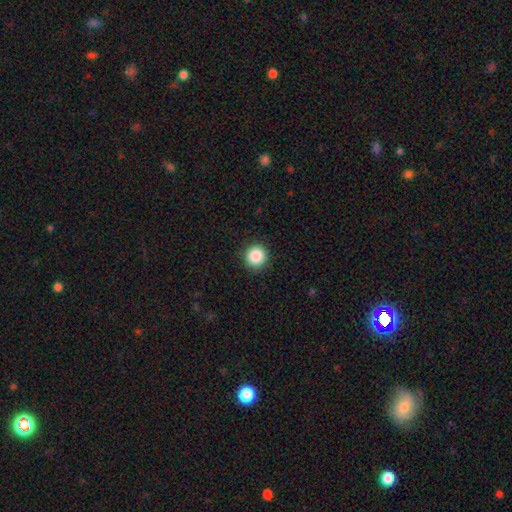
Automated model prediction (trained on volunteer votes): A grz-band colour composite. It shows a smooth galaxy with no disk features (87%) that is round (94%). Merging: none (92%).